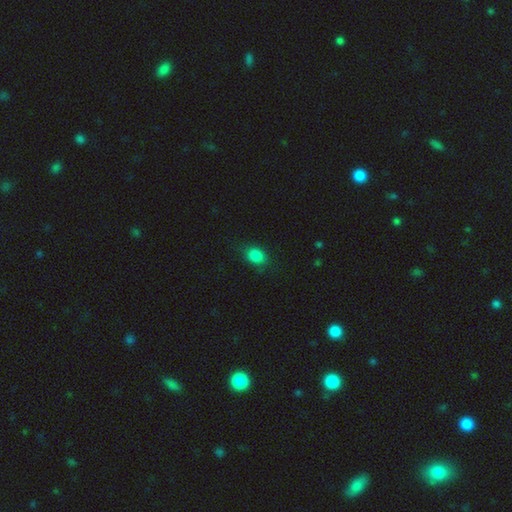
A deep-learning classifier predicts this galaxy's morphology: Smooth or featured? smooth (85%)
How rounded? in between (62%)
Merging? none (77%)